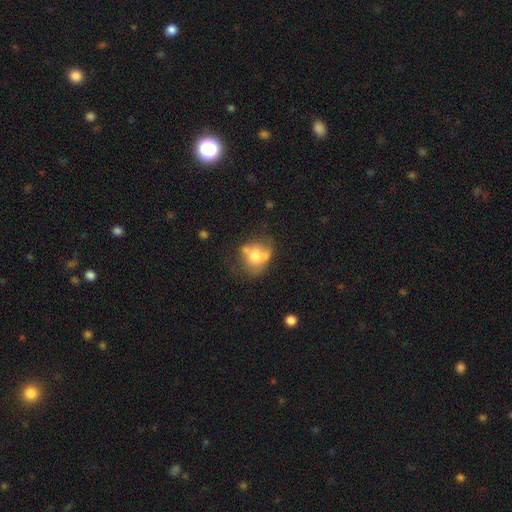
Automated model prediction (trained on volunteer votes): Overall: smooth (63%; featured or disk 27%). How rounded: round (61%; in between 38%). Merging: none (35%; merger 31%).